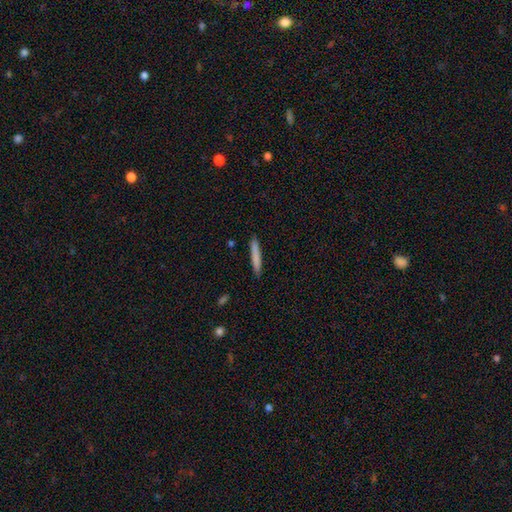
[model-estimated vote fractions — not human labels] This is likely a smooth galaxy (79%). How rounded: clearly cigar-shaped (95%). Merging: clearly none (89%).